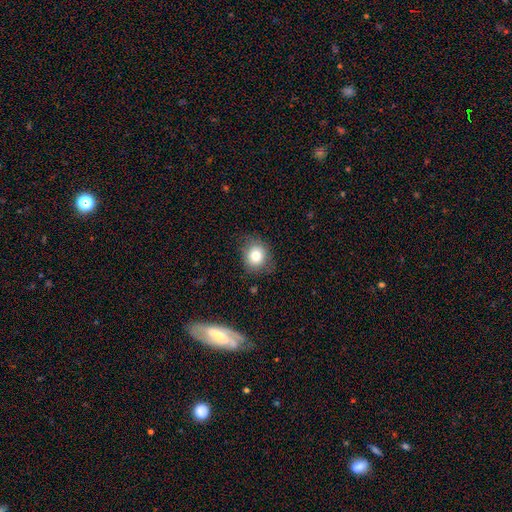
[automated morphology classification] The model was most divided on "how rounded": round: 79%, in between: 20%, cigar-shaped: 1%. More confident: smooth or featured — smooth (78%); merging — none (76%).